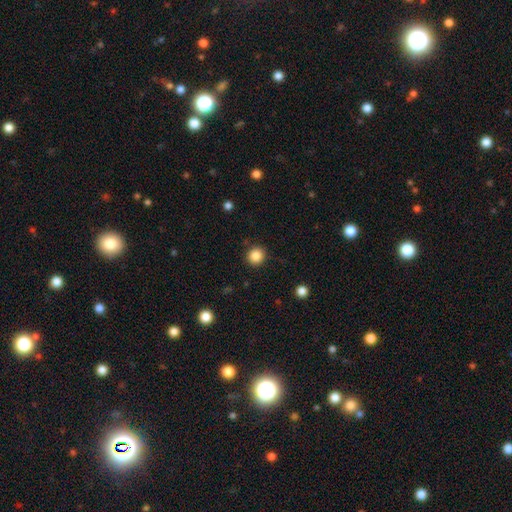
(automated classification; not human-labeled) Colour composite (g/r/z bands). It shows a smooth galaxy with no disk features (86%) that is round (93%). Merging: none (91%).